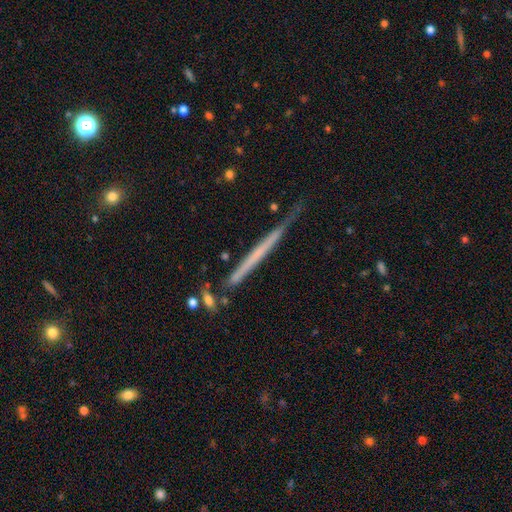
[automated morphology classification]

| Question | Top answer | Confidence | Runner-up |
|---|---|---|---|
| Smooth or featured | featured or disk | 56% | smooth (36%) |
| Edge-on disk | yes | 96% | no (4%) |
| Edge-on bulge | none | 91% | rounded (6%) |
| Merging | none | 78% | minor disturbance (16%) |